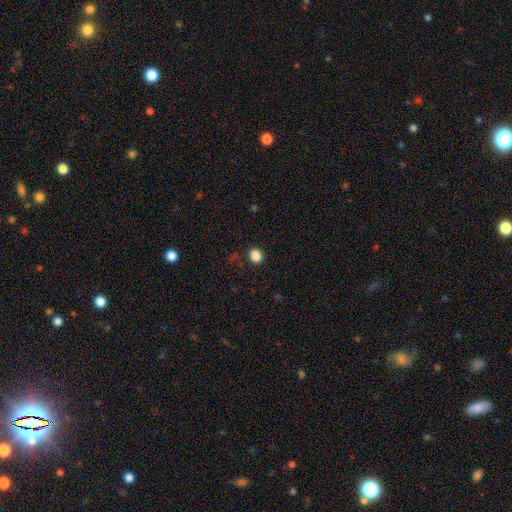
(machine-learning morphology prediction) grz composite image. It shows a smooth galaxy with no disk features (86%) that is round (66%). Merging: none (88%).